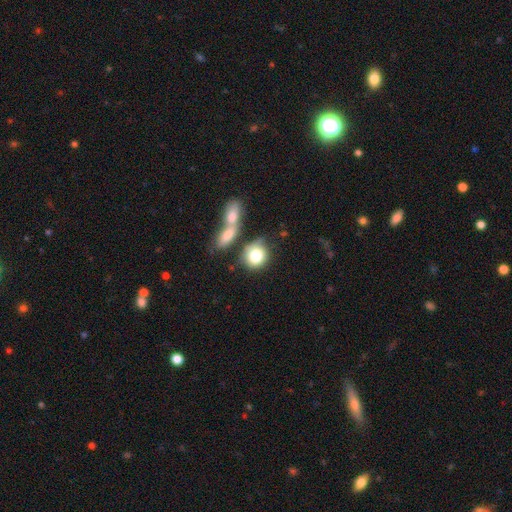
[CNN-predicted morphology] smooth-or-featured: smooth: 79% | featured or disk: 13% | star or artifact: 8%
  how-rounded: round: 72% | in between: 25% | cigar-shaped: 2%
  merging: none: 46% | merger: 33% | minor disturbance: 14% | major disturbance: 7%